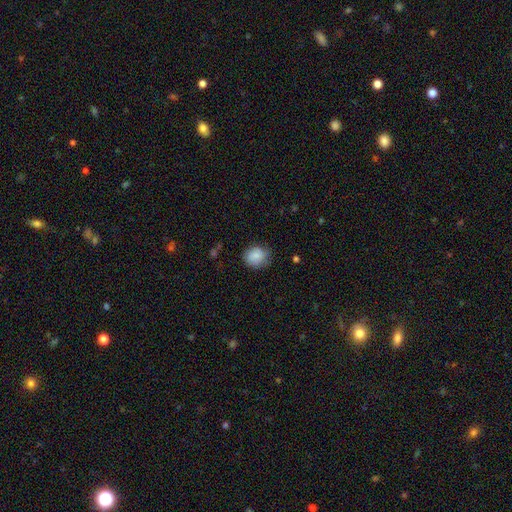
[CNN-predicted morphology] Smooth or featured? Predicted: smooth (p=0.84). How rounded? Predicted: round (p=0.69). Merging? Predicted: none (p=0.69).